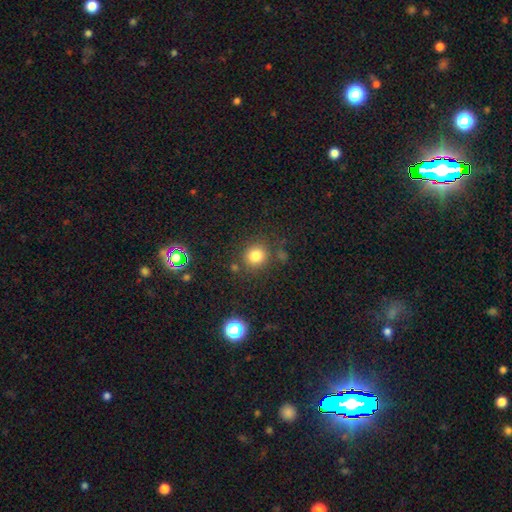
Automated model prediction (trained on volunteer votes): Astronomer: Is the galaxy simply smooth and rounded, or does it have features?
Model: smooth — 79%.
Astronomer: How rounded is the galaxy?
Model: round — 90%.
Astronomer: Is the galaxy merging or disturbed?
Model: none — 81%.